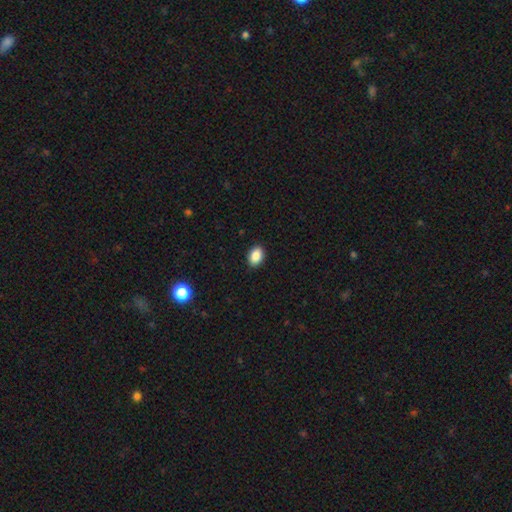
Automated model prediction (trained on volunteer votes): Smooth or featured? smooth (88%)
How rounded? in between (84%)
Merging? none (90%)